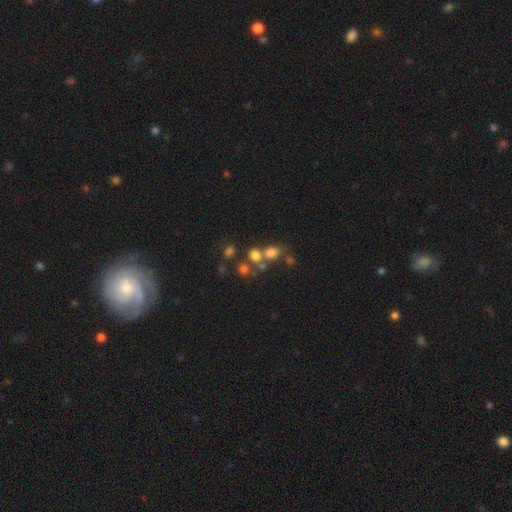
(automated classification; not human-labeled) A smooth galaxy with no disk features (68%) that is round (68%).

Vote fractions:
- Smooth or featured? smooth: 68% / star or artifact: 19% / featured or disk: 13%
- How rounded? round: 68% / in between: 31% / cigar-shaped: 1%
- Merging? none: 45% / merger: 39% / minor disturbance: 9% / major disturbance: 7%